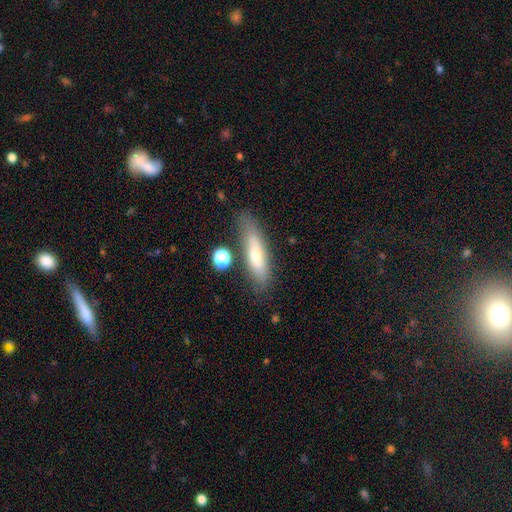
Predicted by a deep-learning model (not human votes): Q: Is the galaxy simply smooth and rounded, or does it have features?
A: smooth — 66%.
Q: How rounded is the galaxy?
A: cigar-shaped — 66%.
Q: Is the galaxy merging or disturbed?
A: none — 70%.